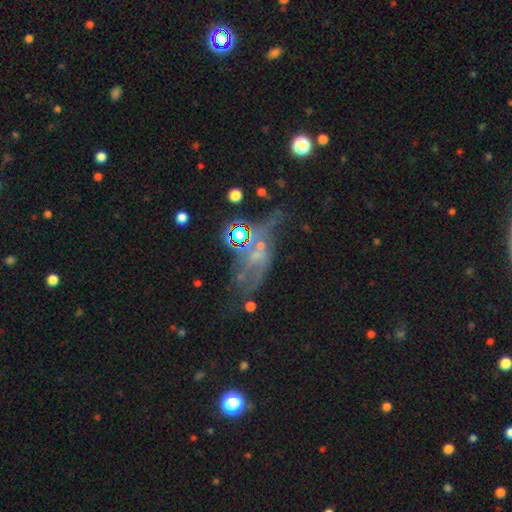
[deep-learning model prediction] Morphology: type=featured or disk (49%); merging=none (33%).